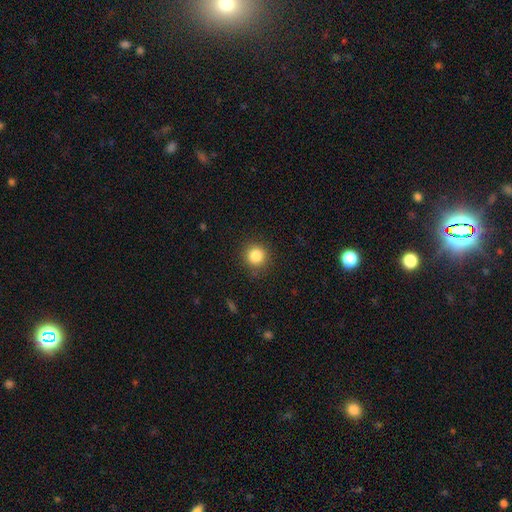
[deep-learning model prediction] Smooth or featured: smooth — 85% (star or artifact — 11%)
How rounded: round — 93% (in between — 6%)
Merging: none — 88% (minor disturbance — 8%)